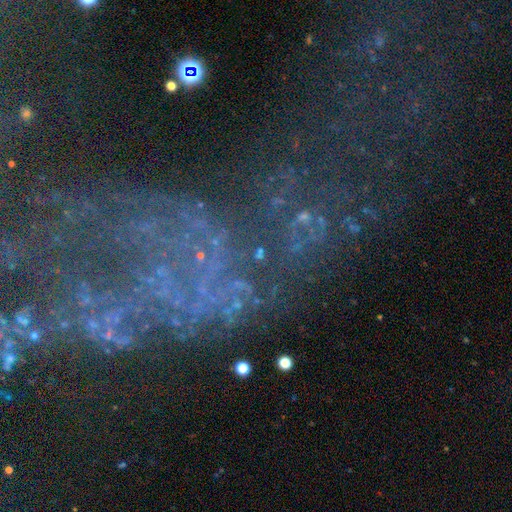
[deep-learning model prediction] Overall: star or artifact (43%; featured or disk 42%).